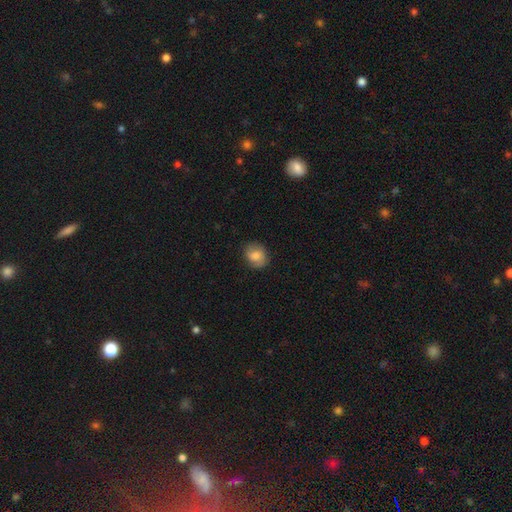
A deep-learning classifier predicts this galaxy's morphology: A smooth galaxy with no disk features (71%) that is round (63%).

Vote fractions:
- Smooth or featured? smooth: 71% / featured or disk: 21% / star or artifact: 8%
- How rounded? round: 63% / in between: 36% / cigar-shaped: 1%
- Merging? none: 80% / minor disturbance: 15% / major disturbance: 4% / merger: 1%